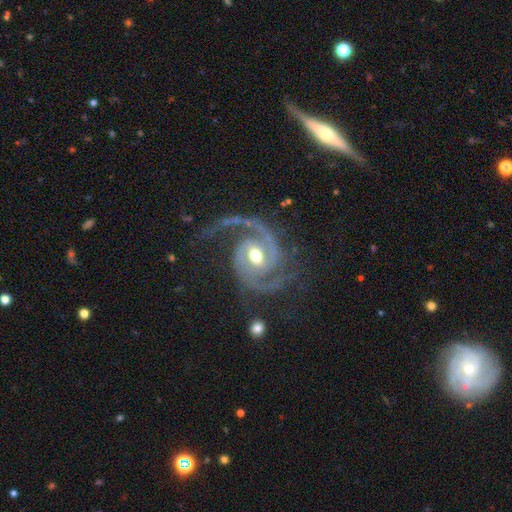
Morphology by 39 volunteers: A featured or disk galaxy (92%) with no bar (44%), 2 (81%) medium (75%) spiral arms (100%) and a moderate central bulge (72%). Merging: none (57%).